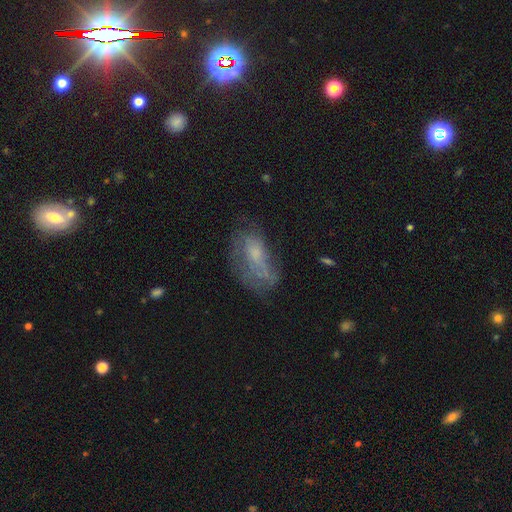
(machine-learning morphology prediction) type=smooth (45%); merging=none (43%).